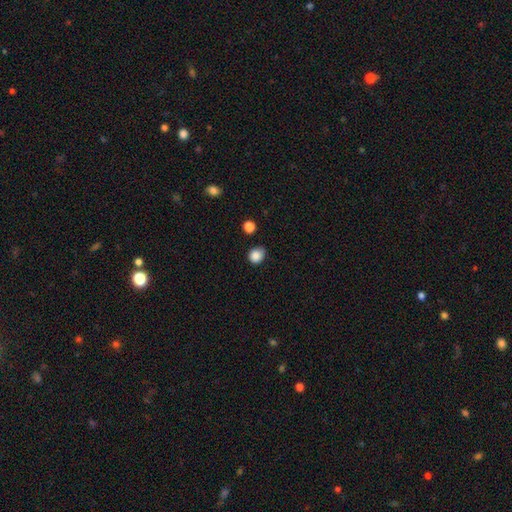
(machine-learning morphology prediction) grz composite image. It shows a smooth galaxy with no disk features (86%) that is round (66%). Merging: none (67%).